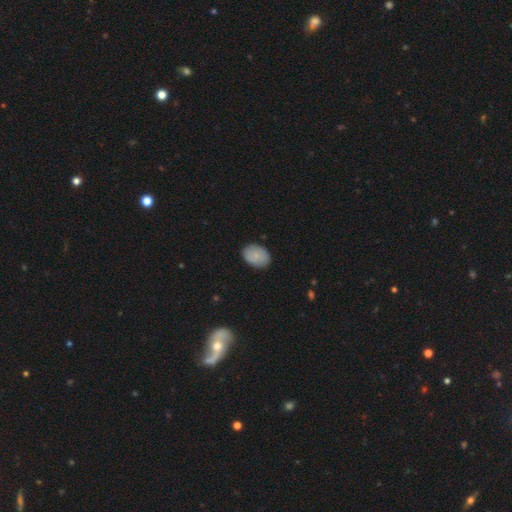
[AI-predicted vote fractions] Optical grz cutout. It shows a smooth galaxy with no disk features (78%) that is in between round and cigar-shaped (76%). Merging: none (85%).